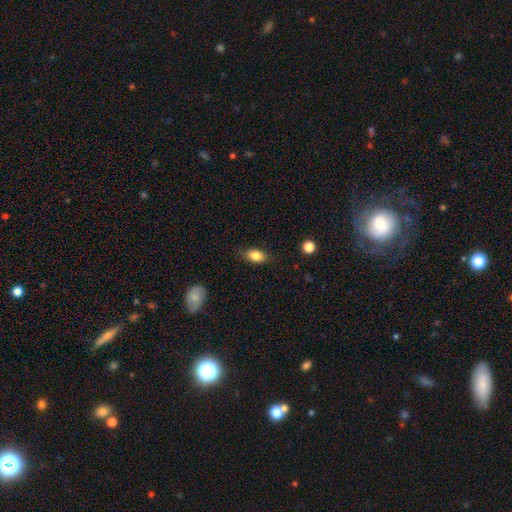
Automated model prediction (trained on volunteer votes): Smooth or featured? smooth (83%)
How rounded? in between (84%)
Merging? none (82%)